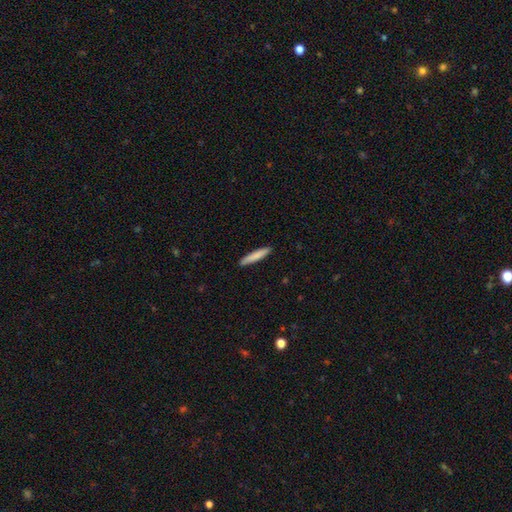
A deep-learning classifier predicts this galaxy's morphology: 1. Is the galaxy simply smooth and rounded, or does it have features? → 83% smooth, 12% featured or disk, 5% star or artifact.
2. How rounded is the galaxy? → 90% cigar-shaped, 9% in between, 1% round.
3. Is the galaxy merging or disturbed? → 89% none, 9% minor disturbance, 2% major disturbance, 1% merger.